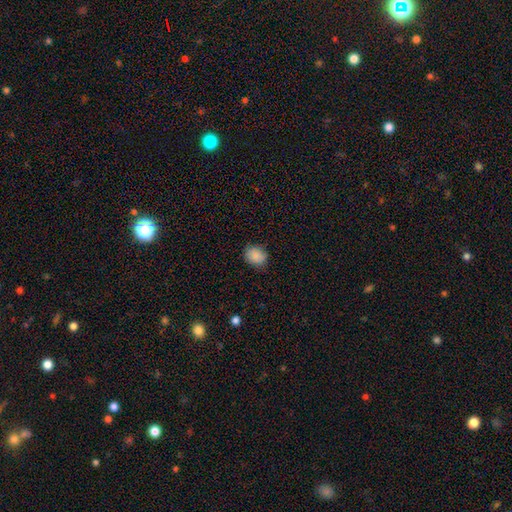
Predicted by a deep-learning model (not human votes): This appears to be a smooth galaxy with no disk features (87%) that is round (57%). Merging: none (83%).